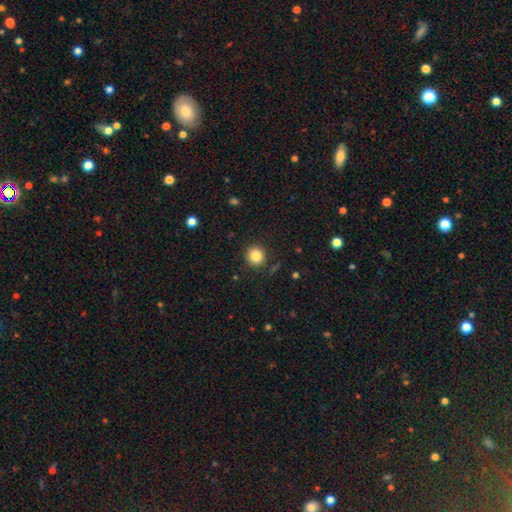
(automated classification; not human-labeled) Morphology: type=smooth (83%); roundness=round (91%); merging=none (89%).